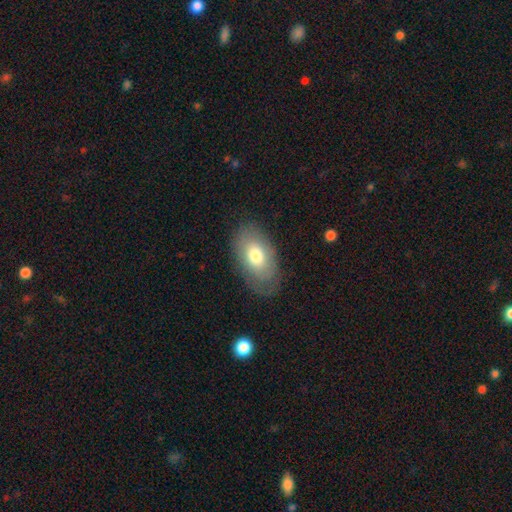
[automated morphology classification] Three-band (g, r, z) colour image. It shows a smooth galaxy with no disk features (68%) that is in between round and cigar-shaped (91%). Merging: none (78%).